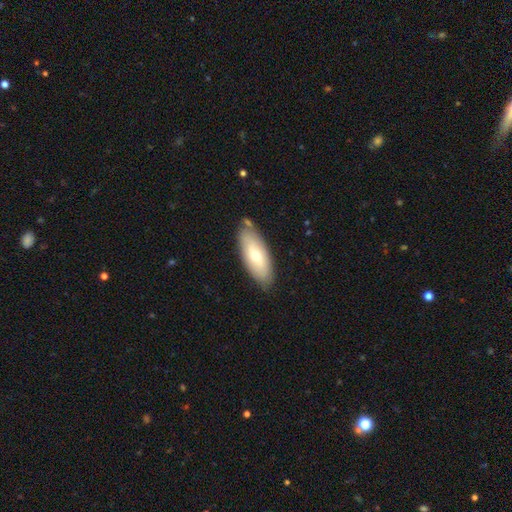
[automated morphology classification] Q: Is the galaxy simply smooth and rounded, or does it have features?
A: smooth — 62%.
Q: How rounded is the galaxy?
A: in between — 77%.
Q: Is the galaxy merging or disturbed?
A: none — 79%.